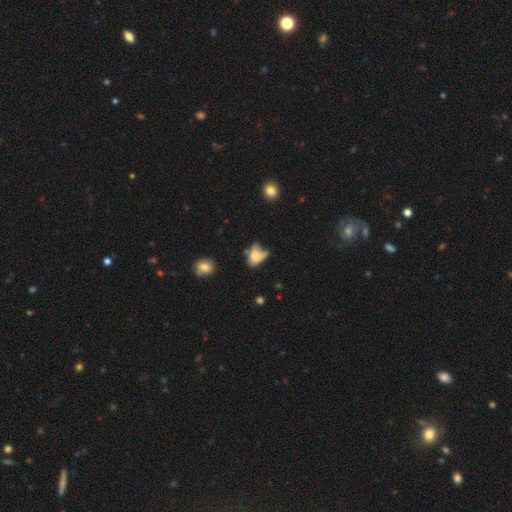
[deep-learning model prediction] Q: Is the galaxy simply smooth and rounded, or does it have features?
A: smooth — 65%.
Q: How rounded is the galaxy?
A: in between — 79%.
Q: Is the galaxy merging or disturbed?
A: minor disturbance — 30%.